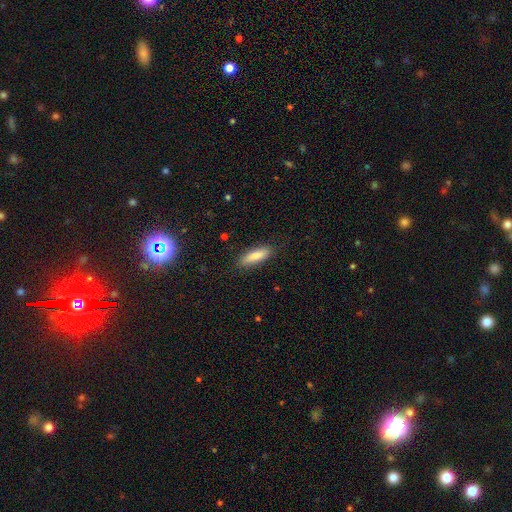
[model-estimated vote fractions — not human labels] Smooth or featured: smooth — 84% (featured or disk — 9%)
How rounded: cigar-shaped — 52% (in between — 46%)
Merging: none — 86% (minor disturbance — 11%)